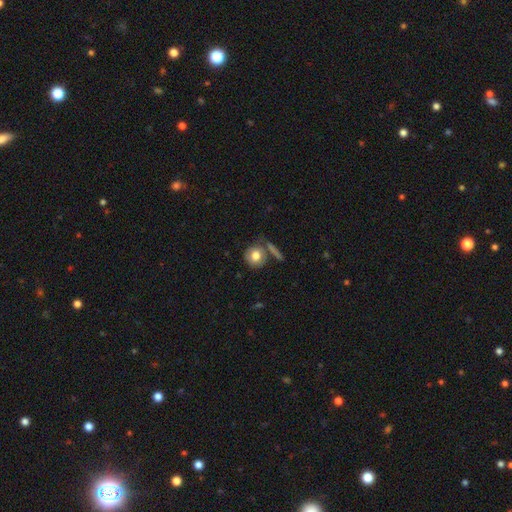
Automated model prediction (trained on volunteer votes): This is likely a smooth galaxy (72%). How rounded: clearly round (82%). Merging: likely none (63%).